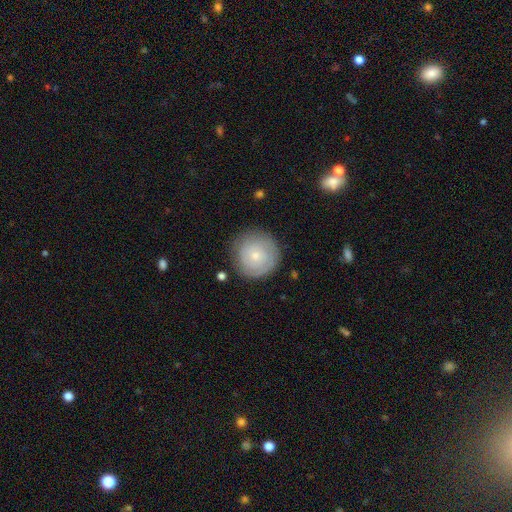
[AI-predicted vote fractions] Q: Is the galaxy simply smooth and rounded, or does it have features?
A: smooth — 59%.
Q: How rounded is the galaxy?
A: round — 95%.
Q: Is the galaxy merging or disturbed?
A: none — 83%.